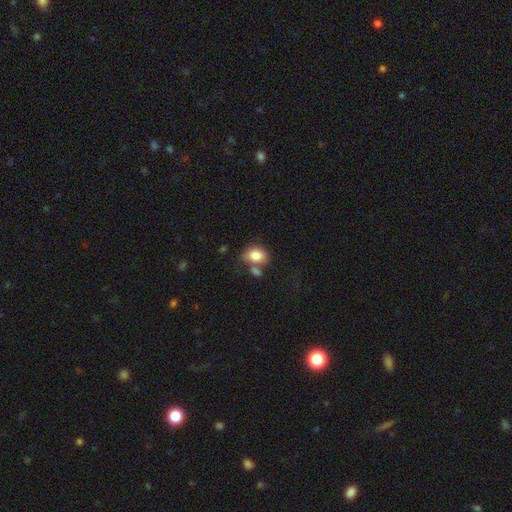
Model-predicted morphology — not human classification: A smooth galaxy with no disk features (81%) that is in between round and cigar-shaped (61%). Merging: none (44%).